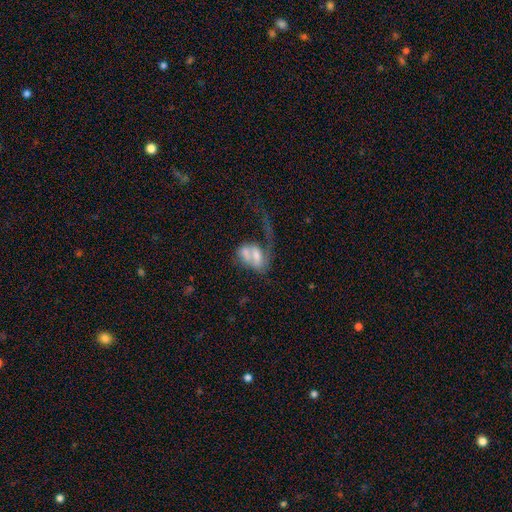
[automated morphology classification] smooth-or-featured: smooth: 50% | featured or disk: 40% | star or artifact: 10%
  how-rounded: in between: 77% | round: 18% | cigar-shaped: 5%
  merging: merger: 56% | major disturbance: 25% | none: 12% | minor disturbance: 7%